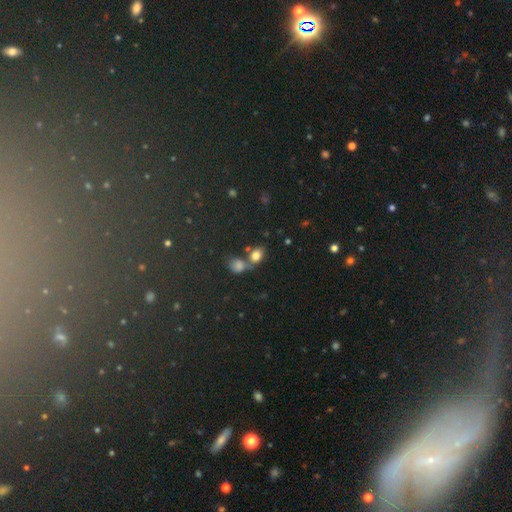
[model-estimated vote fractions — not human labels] smooth-or-featured: smooth: 79% | star or artifact: 13% | featured or disk: 8%
  how-rounded: in between: 68% | round: 30% | cigar-shaped: 2%
  merging: none: 46% | merger: 39% | minor disturbance: 10% | major disturbance: 5%